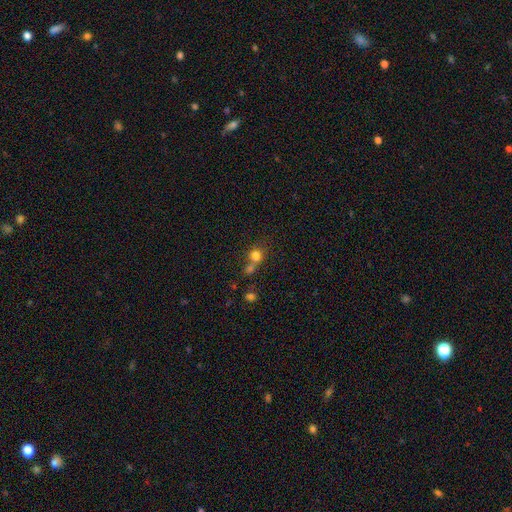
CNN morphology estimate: smooth 77%, star or artifact 14%, featured or disk 9%. Down the decision tree: how rounded — round (82%); merging — merger (46%).